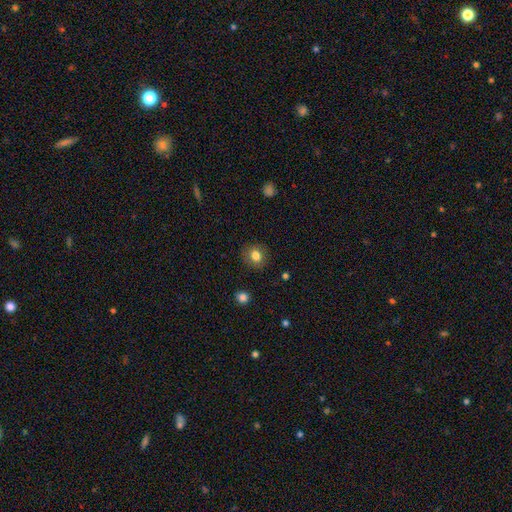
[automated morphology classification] smooth 81%, star or artifact 10%, featured or disk 8%. Down the decision tree: how rounded — round (77%); merging — none (87%).